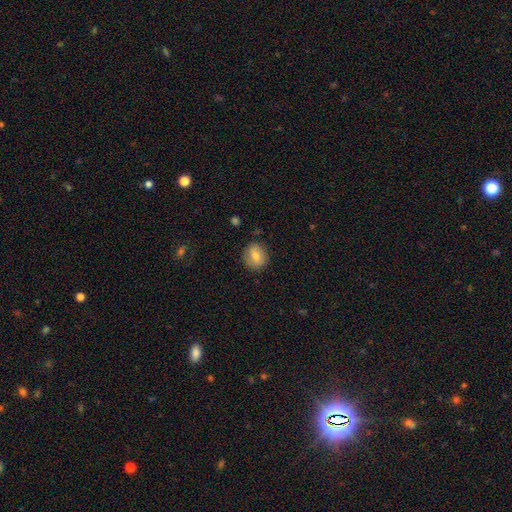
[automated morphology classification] smooth 75%, featured or disk 16%, star or artifact 9%. Down the decision tree: how rounded — round (78%); merging — none (86%).